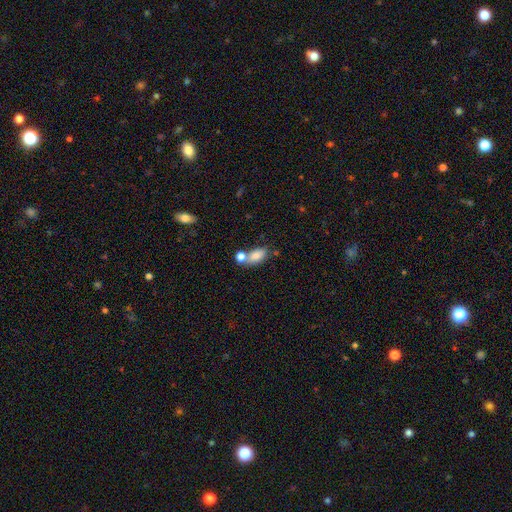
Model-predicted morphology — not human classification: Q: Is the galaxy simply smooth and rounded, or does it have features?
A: smooth — 80%.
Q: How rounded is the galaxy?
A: in between — 85%.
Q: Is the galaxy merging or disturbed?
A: none — 46%.